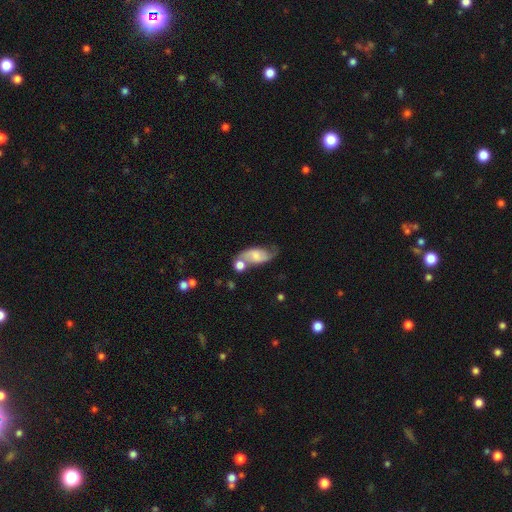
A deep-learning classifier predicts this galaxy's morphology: A featured or disk galaxy (58%) with no bar (51%), spiral arms (86%) and a small central bulge (39%). Merging: none (46%).